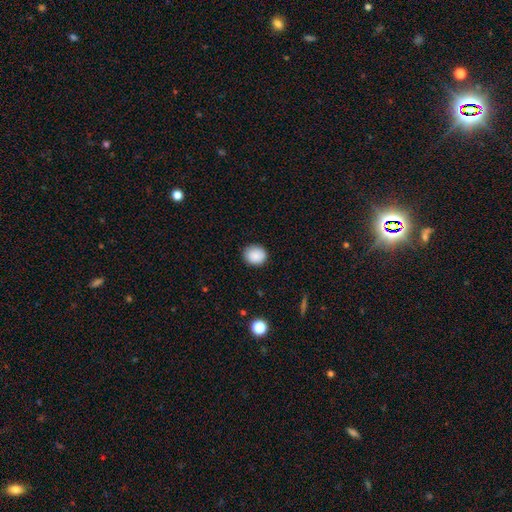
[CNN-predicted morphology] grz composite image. It shows a smooth galaxy with no disk features (87%) that is round (76%). Merging: none (87%).